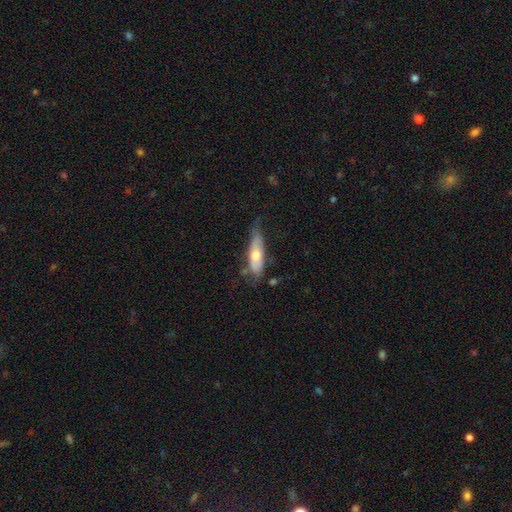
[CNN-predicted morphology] smooth-or-featured: smooth: 51% | featured or disk: 43% | star or artifact: 6%
  how-rounded: cigar-shaped: 54% | in between: 44% | round: 2%
  merging: none: 57% | minor disturbance: 30% | major disturbance: 9% | merger: 4%